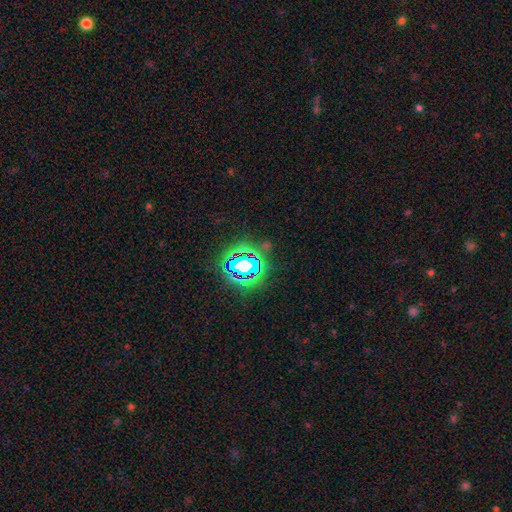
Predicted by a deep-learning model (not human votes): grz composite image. It shows a star or artifact, not a galaxy (79%).